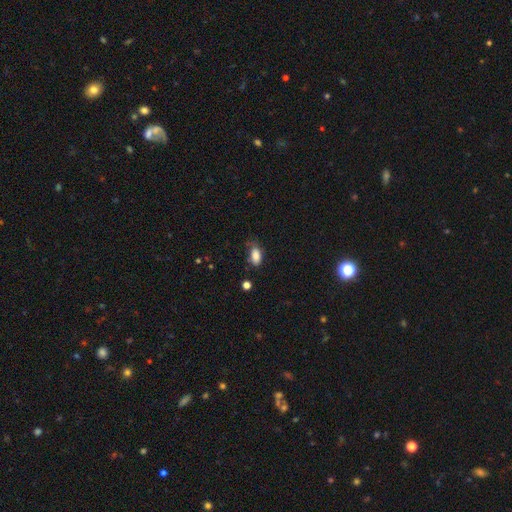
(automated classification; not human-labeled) The model was most divided on "merging": none: 59%, minor disturbance: 30%, major disturbance: 9%, merger: 2%. More confident: how rounded — in between (90%); smooth or featured — smooth (85%).